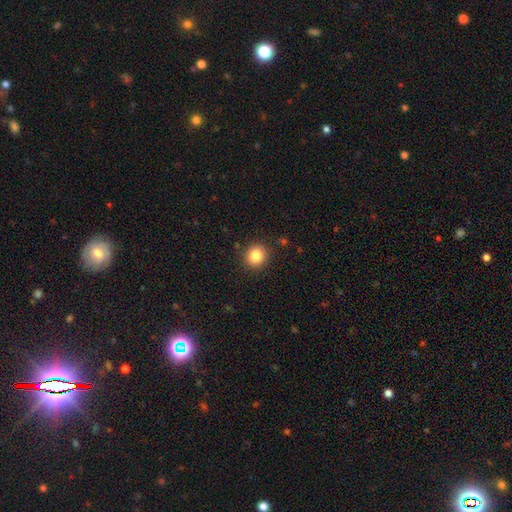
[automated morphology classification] Q: Smooth or featured?
A: smooth (85%); runner-up: star or artifact (10%)
Q: How rounded?
A: round (85%); runner-up: in between (15%)
Q: Merging?
A: none (89%); runner-up: minor disturbance (7%)